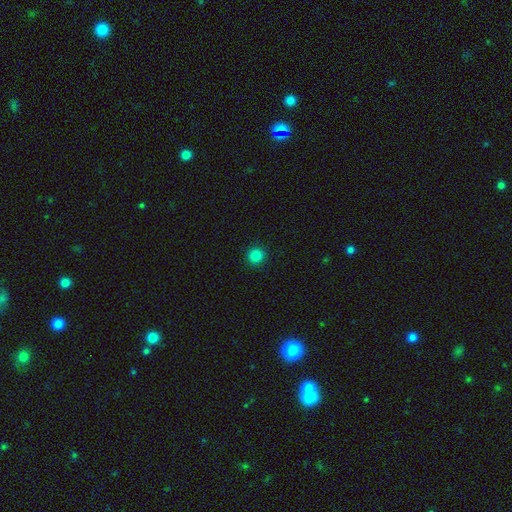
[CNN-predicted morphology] A smooth galaxy with no disk features (84%) that is round (94%).

Vote fractions:
- Smooth or featured? smooth: 84% / star or artifact: 12% / featured or disk: 4%
- How rounded? round: 94% / in between: 5% / cigar-shaped: 1%
- Merging? none: 93% / minor disturbance: 4% / major disturbance: 2% / merger: 1%